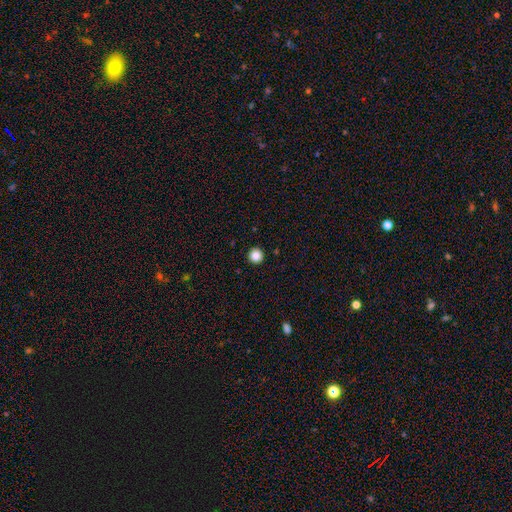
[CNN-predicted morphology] smooth 85%, star or artifact 11%, featured or disk 4%. Down the decision tree: how rounded — round (96%); merging — none (94%).